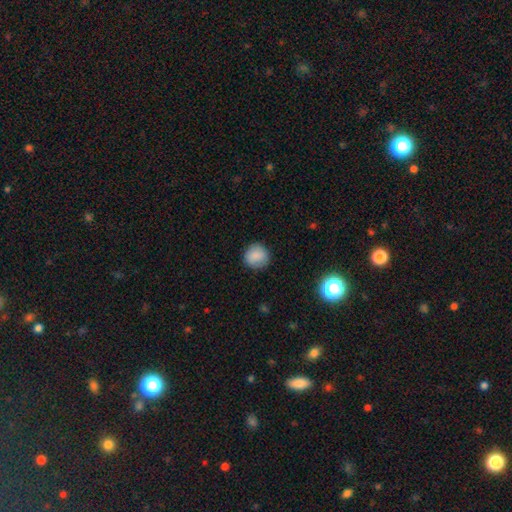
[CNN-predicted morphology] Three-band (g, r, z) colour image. It shows a smooth galaxy with no disk features (87%) that is round (89%). Merging: none (87%).